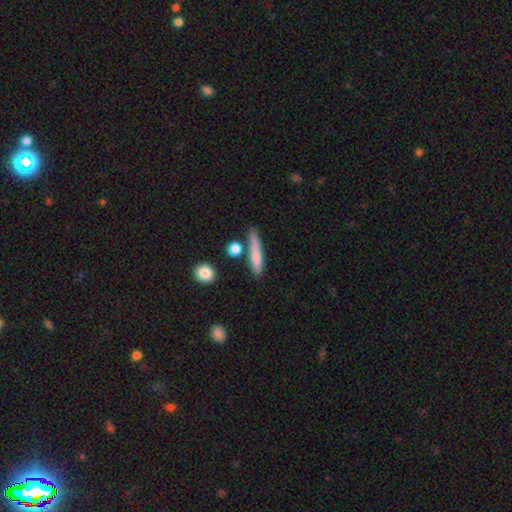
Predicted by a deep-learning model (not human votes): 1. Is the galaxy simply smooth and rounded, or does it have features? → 74% smooth, 19% featured or disk, 7% star or artifact.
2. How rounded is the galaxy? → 84% cigar-shaped, 12% in between, 4% round.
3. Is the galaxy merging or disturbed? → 71% none, 16% minor disturbance, 9% merger, 5% major disturbance.